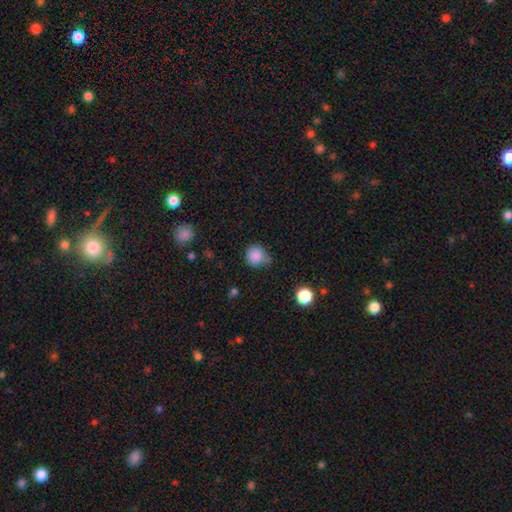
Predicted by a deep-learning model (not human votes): smooth_or_featured: smooth (p=0.86) [alt: star or artifact p=0.10]
how_rounded: round (p=0.91) [alt: in between p=0.08]
merging: none (p=0.66) [alt: minor disturbance p=0.23]